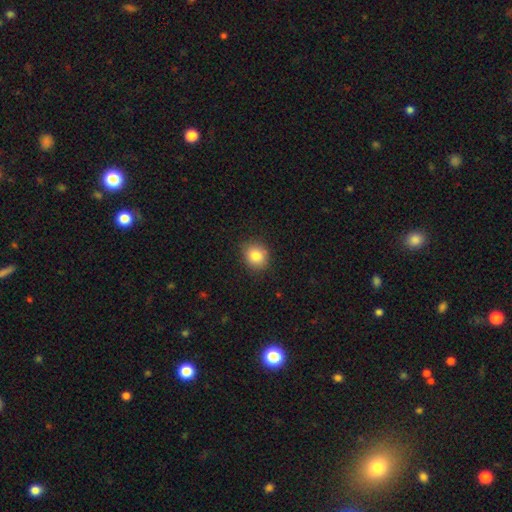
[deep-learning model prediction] Smooth or featured? smooth (83%)
How rounded? round (71%)
Merging? none (86%)